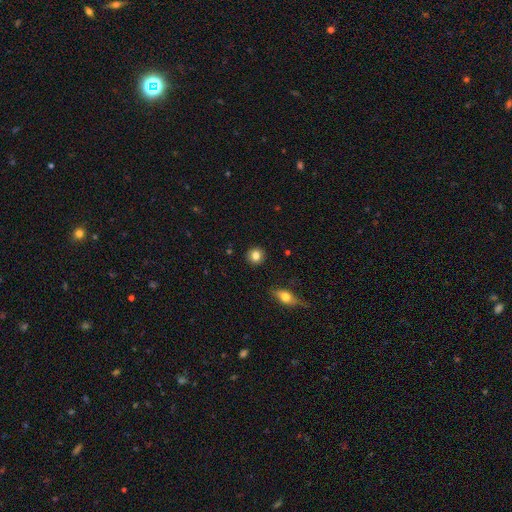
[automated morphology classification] smooth 83%, star or artifact 9%, featured or disk 8%. Down the decision tree: how rounded — round (91%); merging — none (91%).